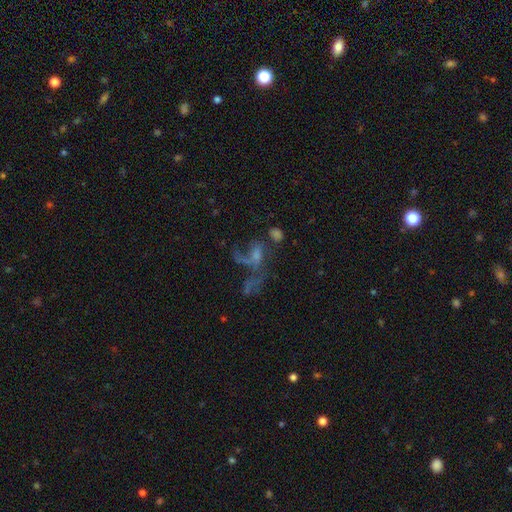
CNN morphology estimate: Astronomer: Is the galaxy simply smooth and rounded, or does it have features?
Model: featured or disk — 55%.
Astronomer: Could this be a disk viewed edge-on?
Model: no — 95%.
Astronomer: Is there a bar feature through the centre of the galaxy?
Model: no — 71%.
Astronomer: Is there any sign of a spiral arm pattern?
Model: yes — 52% (runner-up: no, 48%).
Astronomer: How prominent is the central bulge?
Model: none — 35% (runner-up: small, 34%).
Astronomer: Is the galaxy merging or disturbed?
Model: major disturbance — 36% (runner-up: merger, 28%).